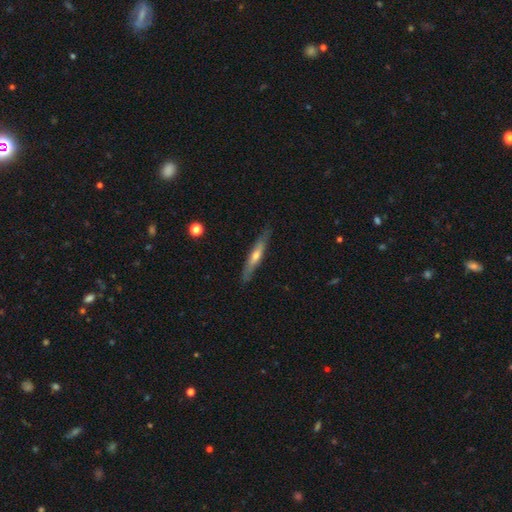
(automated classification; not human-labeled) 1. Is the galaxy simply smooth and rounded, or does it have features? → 57% featured or disk, 36% smooth, 6% star or artifact.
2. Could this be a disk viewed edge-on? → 86% yes, 14% no.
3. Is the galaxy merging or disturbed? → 84% none, 13% minor disturbance, 2% major disturbance, 1% merger.